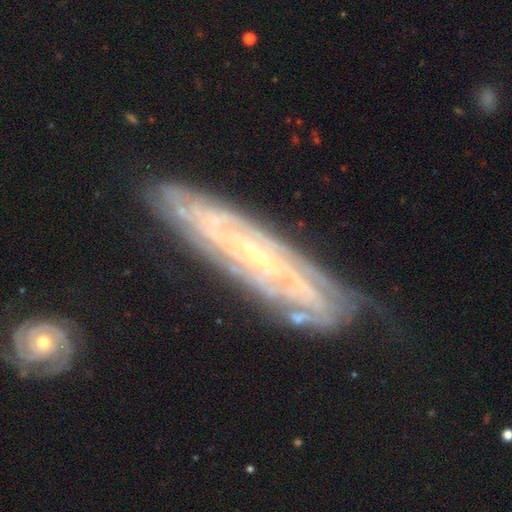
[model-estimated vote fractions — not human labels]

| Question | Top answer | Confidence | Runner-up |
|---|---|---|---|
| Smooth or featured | featured or disk | 84% | smooth (9%) |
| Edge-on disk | no | 71% | yes (29%) |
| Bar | no | 48% | weak (34%) |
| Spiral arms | yes | 94% | no (6%) |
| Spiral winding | tight | 74% | medium (21%) |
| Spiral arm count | can't tell | 48% | 2 (19%) |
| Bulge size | small | 78% | moderate (16%) |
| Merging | none | 78% | minor disturbance (16%) |